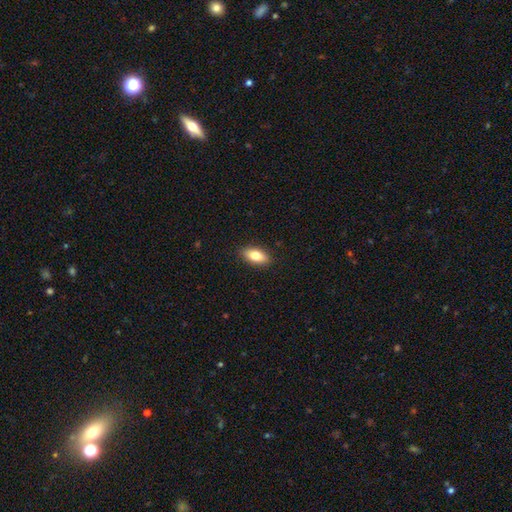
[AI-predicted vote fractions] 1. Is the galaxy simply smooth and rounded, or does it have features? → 79% smooth, 14% featured or disk, 7% star or artifact.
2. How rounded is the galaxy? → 86% in between, 10% cigar-shaped, 4% round.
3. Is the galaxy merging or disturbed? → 89% none, 8% minor disturbance, 2% major disturbance, 1% merger.